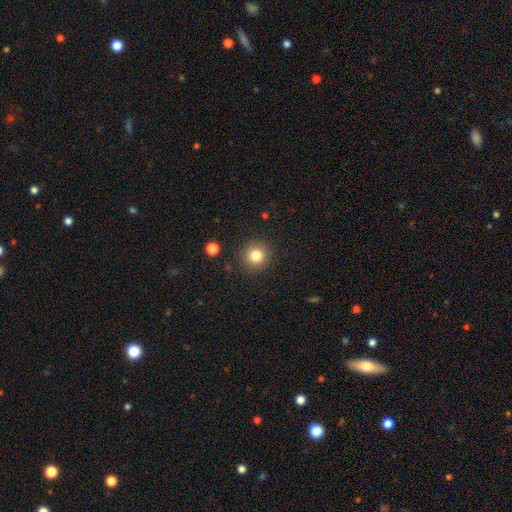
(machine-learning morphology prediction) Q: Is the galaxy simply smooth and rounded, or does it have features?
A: smooth — 82%.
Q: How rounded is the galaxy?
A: round — 94%.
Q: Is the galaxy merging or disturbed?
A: none — 89%.